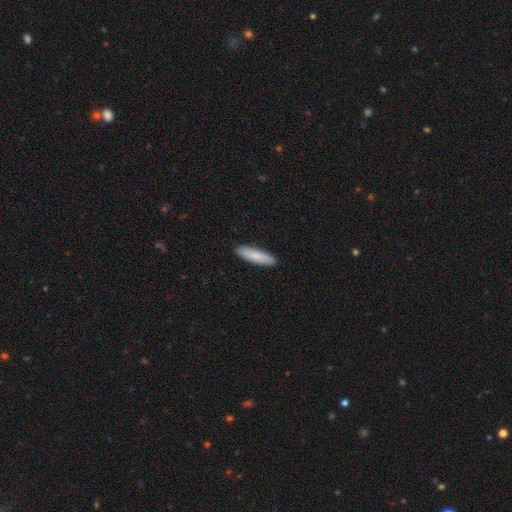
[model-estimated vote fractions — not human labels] smooth-or-featured: smooth: 83% | featured or disk: 12% | star or artifact: 5%
  how-rounded: cigar-shaped: 67% | in between: 31% | round: 1%
  merging: none: 91% | minor disturbance: 7% | major disturbance: 1% | merger: 1%